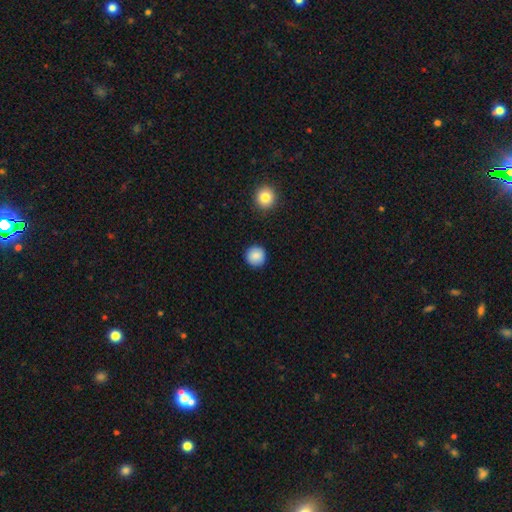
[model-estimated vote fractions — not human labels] Morphology: type=smooth (88%); roundness=round (95%); merging=none (90%).